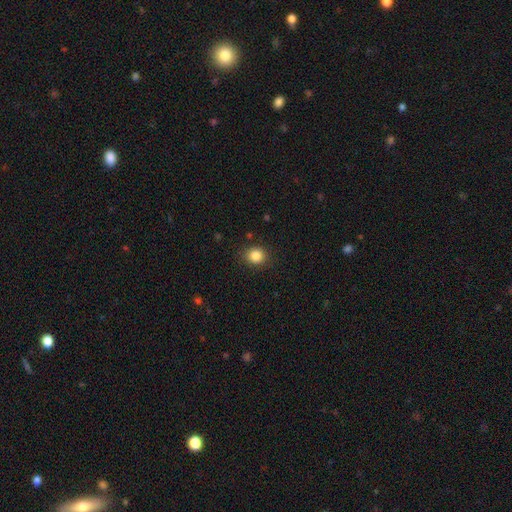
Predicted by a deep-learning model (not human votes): A smooth galaxy with no disk features (85%) that is round (77%).

Vote fractions:
- Smooth or featured? smooth: 85% / star or artifact: 10% / featured or disk: 5%
- How rounded? round: 77% / in between: 22% / cigar-shaped: 1%
- Merging? none: 87% / minor disturbance: 9% / major disturbance: 3% / merger: 1%